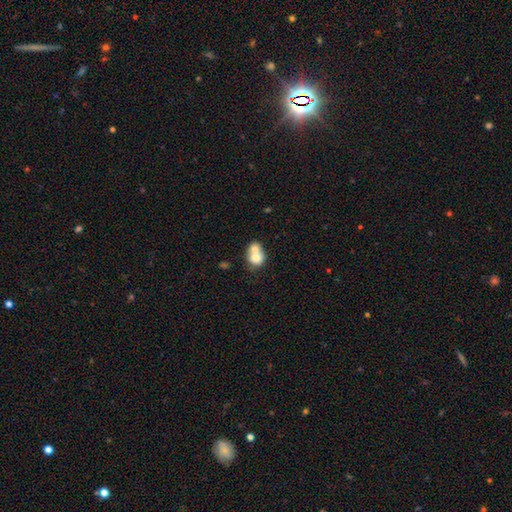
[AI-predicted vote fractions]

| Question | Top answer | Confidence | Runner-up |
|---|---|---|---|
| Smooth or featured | smooth | 70% | featured or disk (22%) |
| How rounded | round | 61% | in between (38%) |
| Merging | merger | 70% | none (21%) |